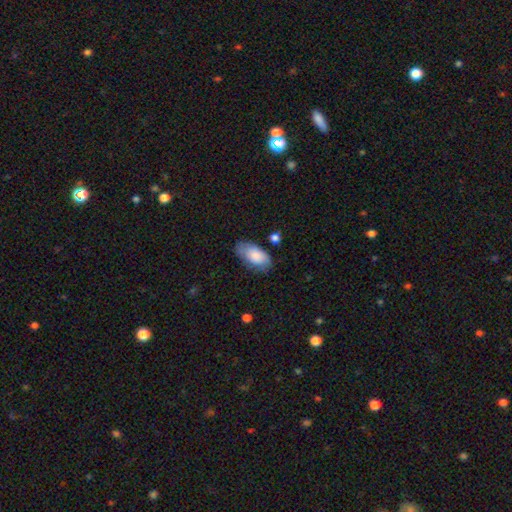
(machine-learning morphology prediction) type=smooth (81%); roundness=in between (95%); merging=none (65%).